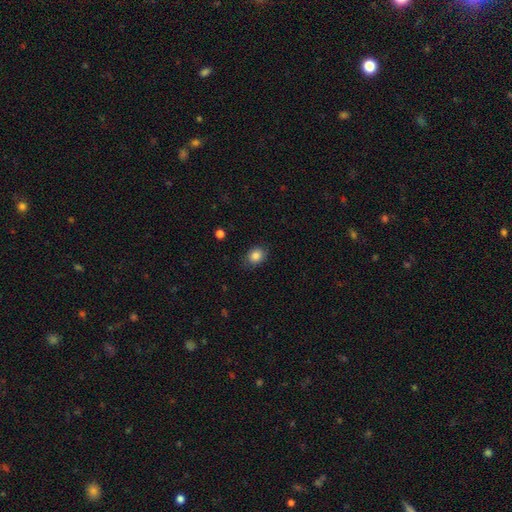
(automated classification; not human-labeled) The model was most divided on "how rounded": in between: 52%, round: 47%, cigar-shaped: 1%. More confident: smooth or featured — smooth (85%); merging — none (81%).